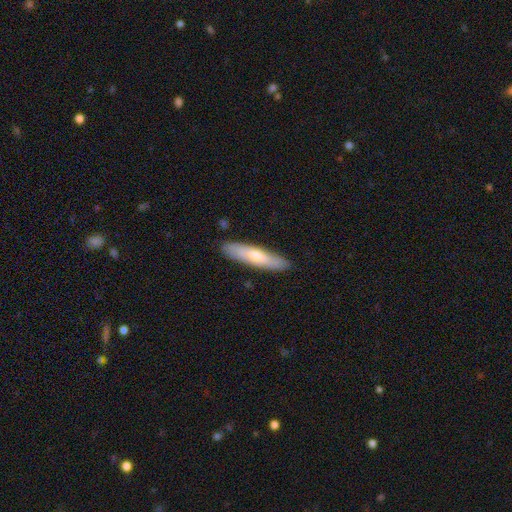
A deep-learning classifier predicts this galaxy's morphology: smooth-or-featured: smooth: 62% | featured or disk: 32% | star or artifact: 6%
  how-rounded: cigar-shaped: 82% | in between: 17% | round: 1%
  merging: none: 87% | minor disturbance: 10% | major disturbance: 2% | merger: 1%